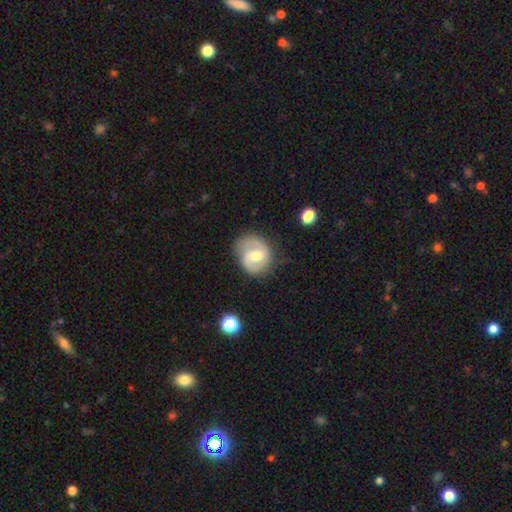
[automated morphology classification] This appears to be a featured or disk galaxy (72%) with a weak bar (57%), 2 (84%) medium (50%) spiral arms (90%) and a moderate central bulge (64%). Merging: none (71%).